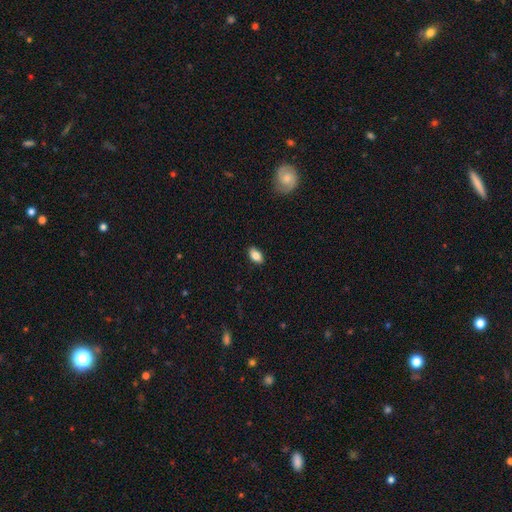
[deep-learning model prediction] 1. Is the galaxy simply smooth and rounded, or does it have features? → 83% smooth, 9% featured or disk, 8% star or artifact.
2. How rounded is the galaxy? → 91% in between, 6% round, 3% cigar-shaped.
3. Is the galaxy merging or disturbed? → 88% none, 9% minor disturbance, 2% major disturbance, 1% merger.